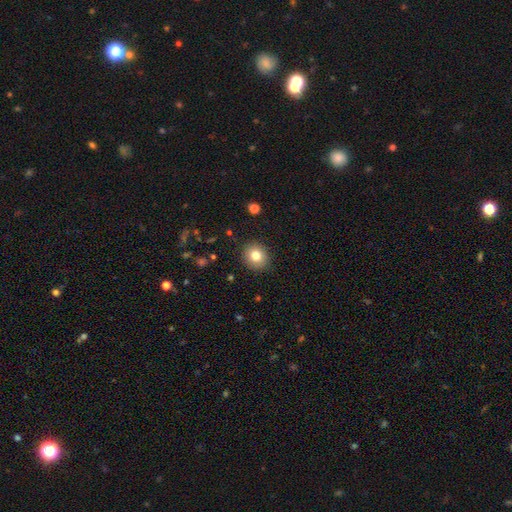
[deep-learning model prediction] The model was most divided on "how rounded": round: 81%, in between: 18%, cigar-shaped: 1%. More confident: merging — none (90%); smooth or featured — smooth (81%).